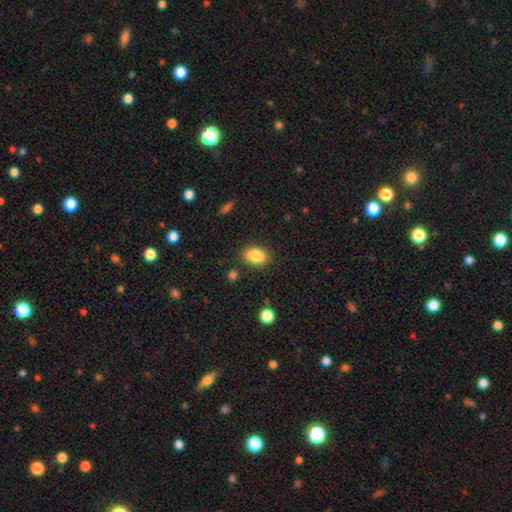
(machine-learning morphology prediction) smooth_or_featured: smooth (p=0.87) [alt: star or artifact p=0.08]
how_rounded: in between (p=0.83) [alt: round p=0.16]
merging: none (p=0.85) [alt: minor disturbance p=0.10]